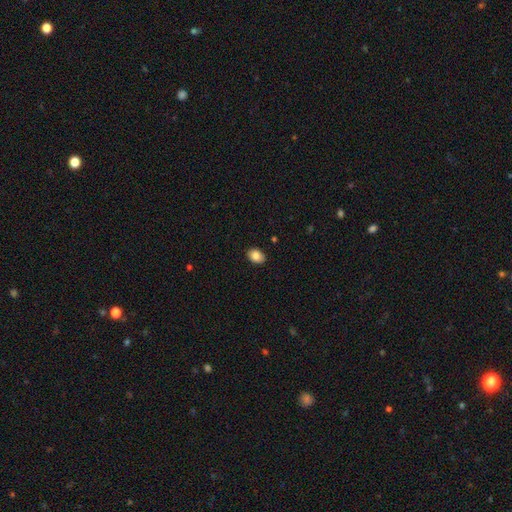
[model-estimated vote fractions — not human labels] The model was most divided on "how rounded": in between: 77%, round: 21%, cigar-shaped: 1%. More confident: merging — none (89%); smooth or featured — smooth (86%).